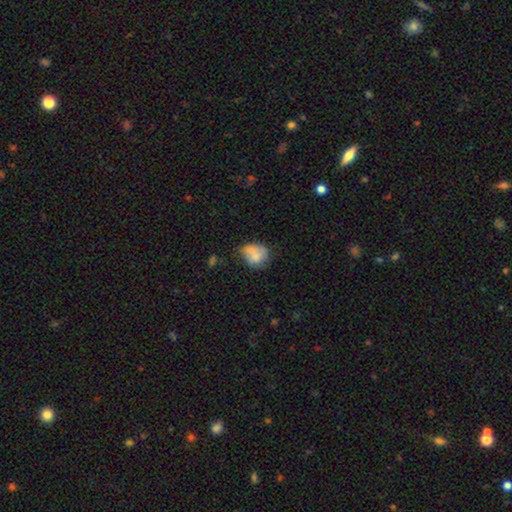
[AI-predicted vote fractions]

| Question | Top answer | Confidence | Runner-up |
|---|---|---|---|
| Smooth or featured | smooth | 69% | featured or disk (23%) |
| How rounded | round | 56% | in between (43%) |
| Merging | none | 35% | merger (32%) |